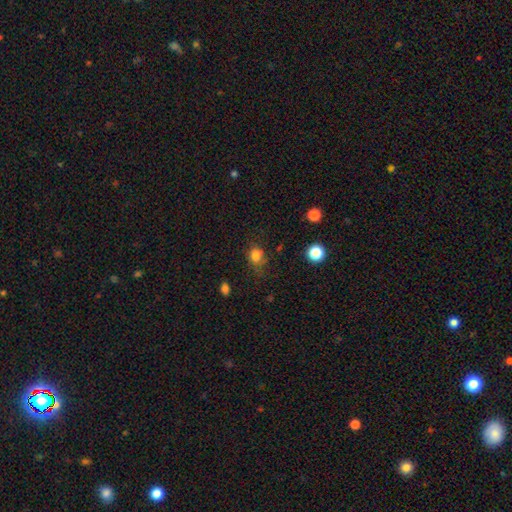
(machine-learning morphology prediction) This is likely a smooth galaxy (79%). How rounded: possibly round (53%). Merging: possibly none (58%).